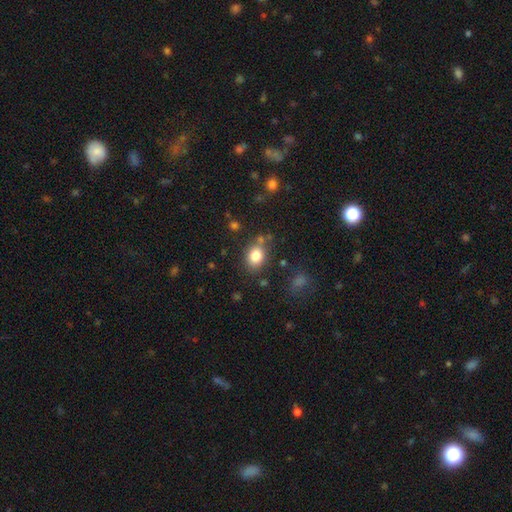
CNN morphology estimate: Overall: smooth (83%). How rounded: in between (58%; round 41%). Merging: none (75%).